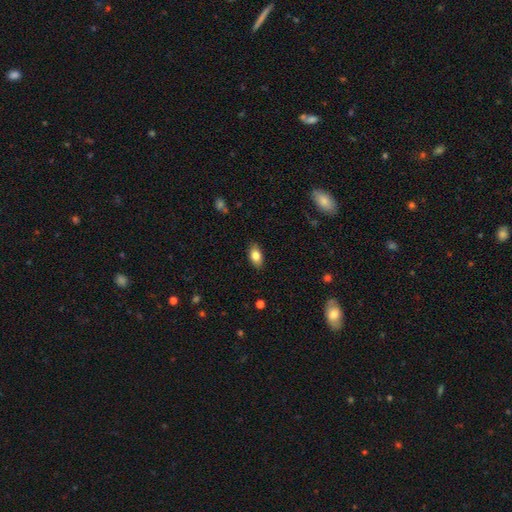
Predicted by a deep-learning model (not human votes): smooth 80%, featured or disk 12%, star or artifact 8%. Down the decision tree: how rounded — in between (89%); merging — none (86%).